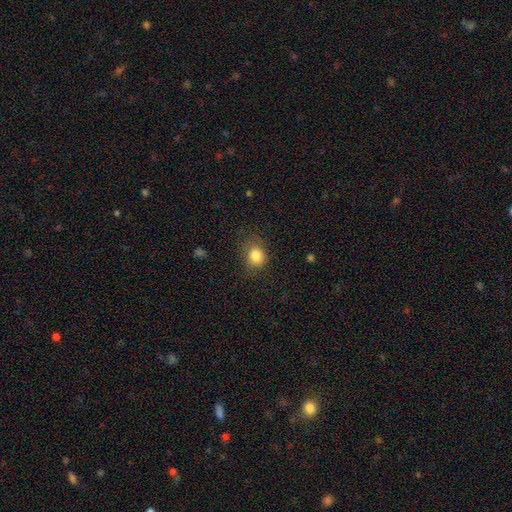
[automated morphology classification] Overall: smooth (83%). How rounded: round (64%; in between 35%). Merging: none (72%).